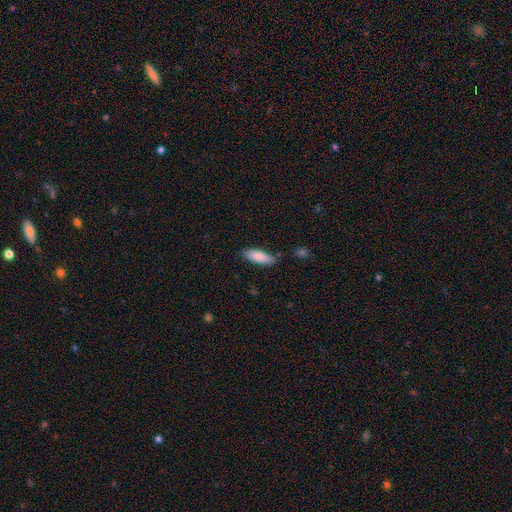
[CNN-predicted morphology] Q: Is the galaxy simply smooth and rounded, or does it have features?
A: smooth — 84%.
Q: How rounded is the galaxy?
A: in between — 63%.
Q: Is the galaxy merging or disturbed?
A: none — 79%.